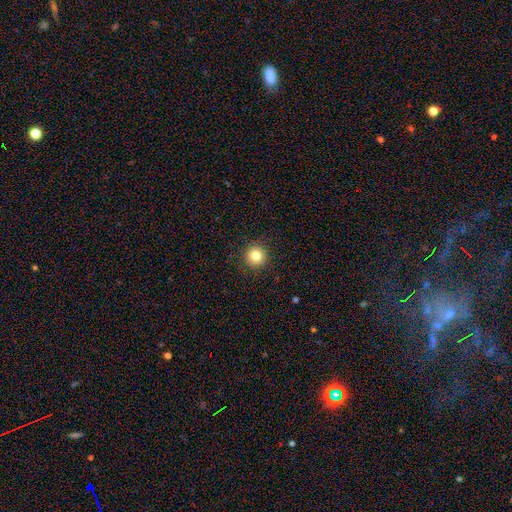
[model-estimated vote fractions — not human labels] A smooth galaxy with no disk features (82%) that is round (95%). Merging: none (92%).